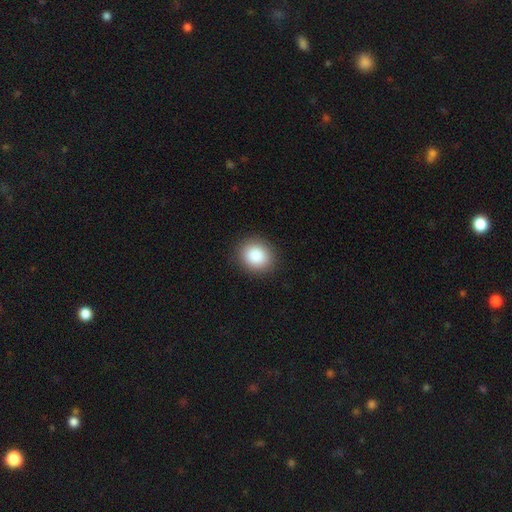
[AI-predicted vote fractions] smooth 88%, star or artifact 8%, featured or disk 4%. Down the decision tree: how rounded — round (74%); merging — none (90%).